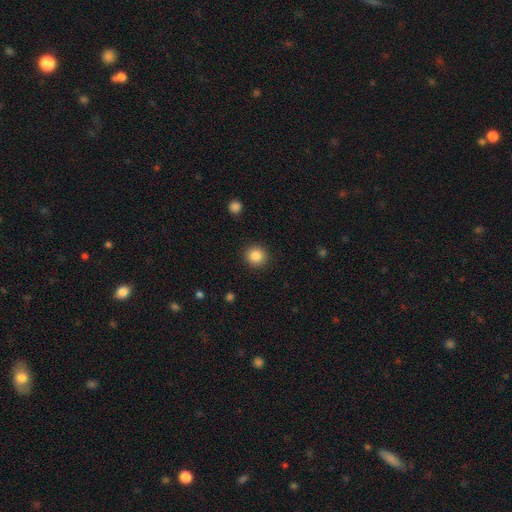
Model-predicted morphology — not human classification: Smooth or featured?
  - smooth: 86% *
  - star or artifact: 9%
  - featured or disk: 4%
How rounded?
  - round: 92% *
  - in between: 7%
  - cigar-shaped: 1%
Merging?
  - none: 91% *
  - minor disturbance: 6%
  - major disturbance: 2%
  - merger: 1%